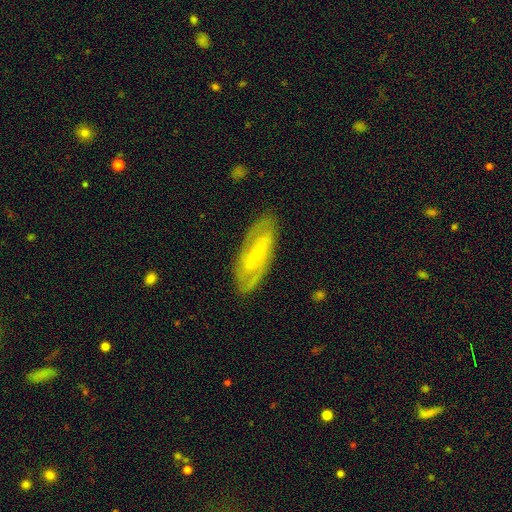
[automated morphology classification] This appears to be a featured or disk galaxy (76%) with no bar (41%), 2 (67%) tight (46%) spiral arms (81%) and a small central bulge (73%). Merging: none (82%).